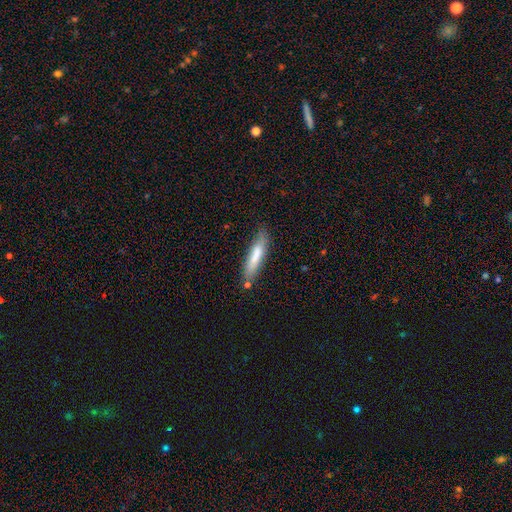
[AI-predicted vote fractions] Q: Smooth or featured?
A: smooth (72%); runner-up: featured or disk (22%)
Q: How rounded?
A: cigar-shaped (83%); runner-up: in between (15%)
Q: Merging?
A: none (74%); runner-up: minor disturbance (17%)